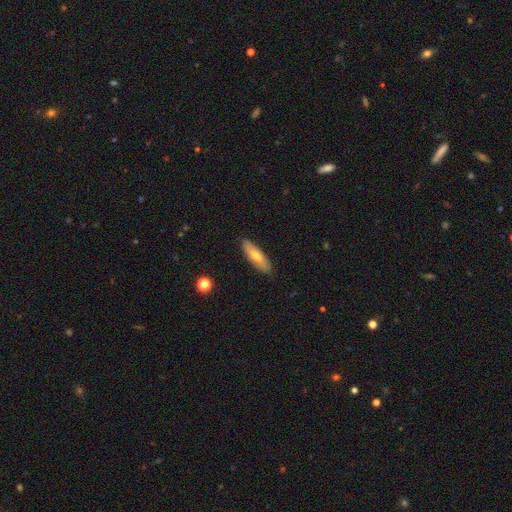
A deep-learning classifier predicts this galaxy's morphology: smooth 61%, featured or disk 33%, star or artifact 7%. Down the decision tree: how rounded — cigar-shaped (57%); merging — none (89%).